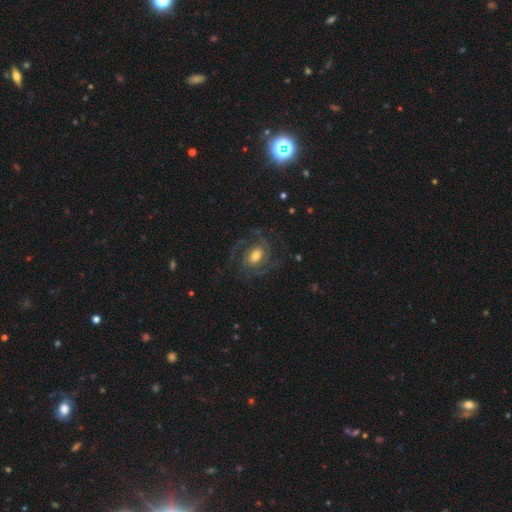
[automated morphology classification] This is clearly a featured or disk galaxy (86%). It is clearly not viewed edge-on (98%). Bar: possibly no (47%). Spiral arm pattern: clearly yes (97%). Spiral arm count: marginally 2 (40%). Spiral winding: possibly medium (47%). Central bulge: possibly moderate (58%). Merging: likely none (71%).